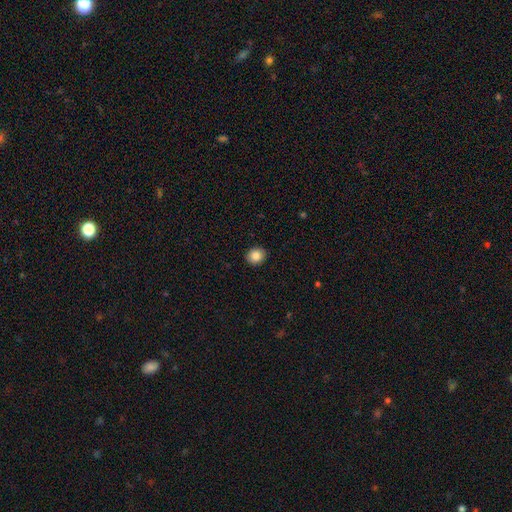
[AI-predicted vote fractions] Smooth or featured? Predicted: smooth (p=0.86). How rounded? Predicted: round (p=0.79). Merging? Predicted: none (p=0.92).